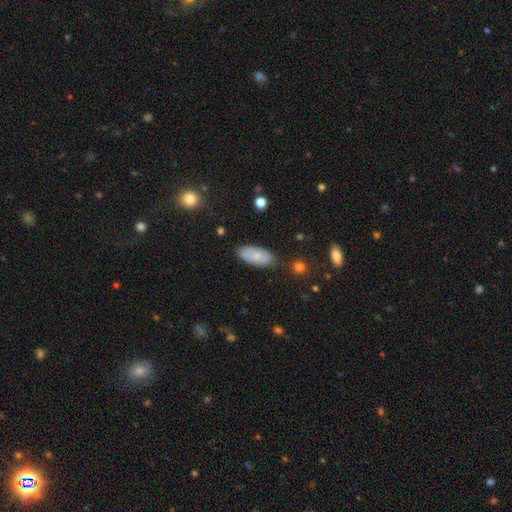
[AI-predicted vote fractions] Overall: smooth (72%). How rounded: in between (91%). Merging: none (82%).